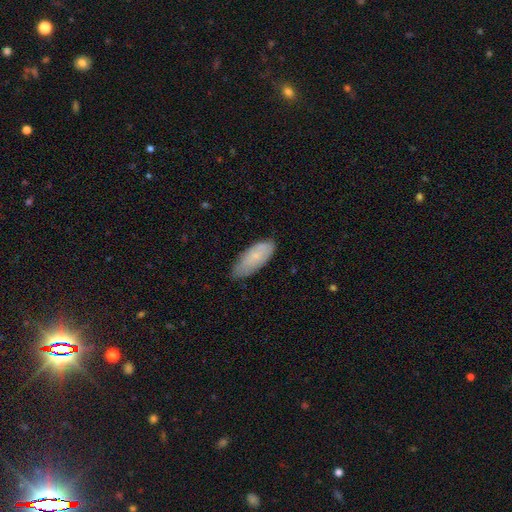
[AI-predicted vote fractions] This is likely a smooth galaxy (72%). How rounded: clearly in between (81%). Merging: likely none (68%).